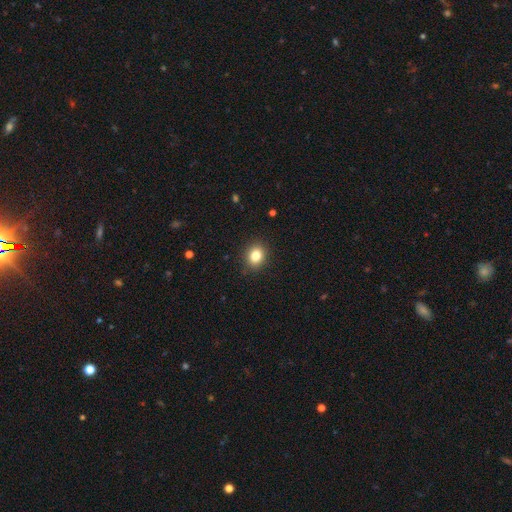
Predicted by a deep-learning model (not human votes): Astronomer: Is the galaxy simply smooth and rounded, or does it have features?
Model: smooth — 83%.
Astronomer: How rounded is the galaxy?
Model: round — 54% (runner-up: in between, 45%).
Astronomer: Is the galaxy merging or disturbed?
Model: none — 90%.